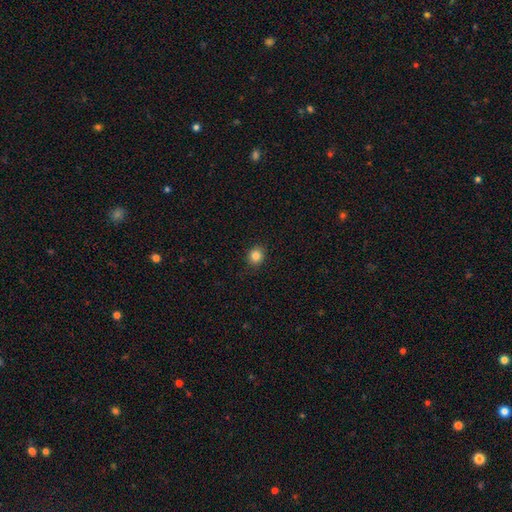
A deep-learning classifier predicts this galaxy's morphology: A smooth galaxy with no disk features (84%) that is round (78%). Merging: none (90%).